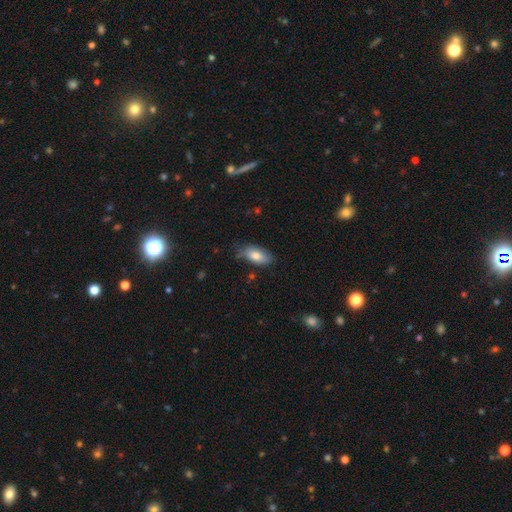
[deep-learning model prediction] Smooth or featured?
  - smooth: 80% *
  - featured or disk: 13%
  - star or artifact: 7%
How rounded?
  - in between: 89% *
  - cigar-shaped: 8%
  - round: 3%
Merging?
  - none: 69% *
  - minor disturbance: 24%
  - major disturbance: 4%
  - merger: 2%